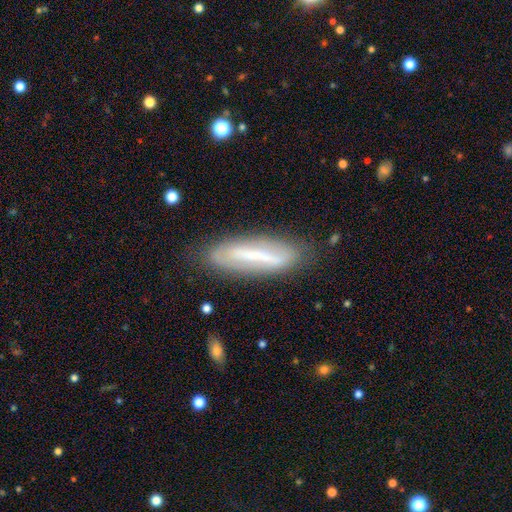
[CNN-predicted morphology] Smooth or featured?
  - featured or disk: 57% *
  - smooth: 35%
  - star or artifact: 8%
Edge-on disk?
  - no: 57% *
  - yes: 43%
Merging?
  - none: 77% *
  - minor disturbance: 16%
  - major disturbance: 5%
  - merger: 2%